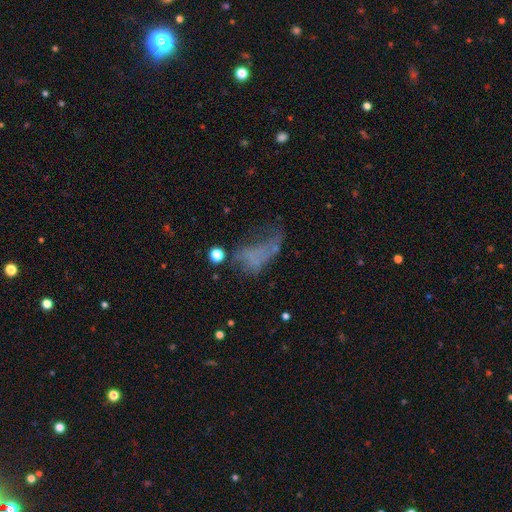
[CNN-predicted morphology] This is marginally a smooth galaxy (40%). Merging: possibly major disturbance (49%).